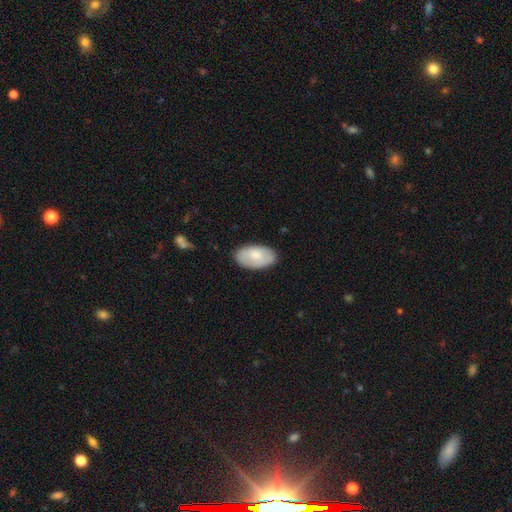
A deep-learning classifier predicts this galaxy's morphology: A smooth galaxy with no disk features (77%) that is in between round and cigar-shaped (95%).

Vote fractions:
- Smooth or featured? smooth: 77% / featured or disk: 18% / star or artifact: 6%
- How rounded? in between: 95% / round: 3% / cigar-shaped: 2%
- Merging? none: 83% / minor disturbance: 13% / major disturbance: 3% / merger: 1%